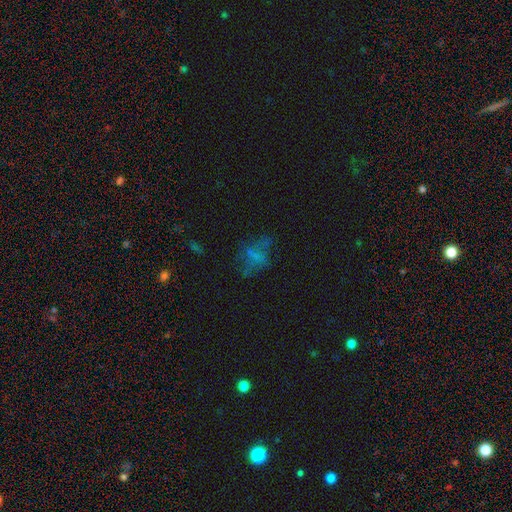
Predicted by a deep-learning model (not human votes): A smooth galaxy with no disk features (40%). Merging: none (46%).